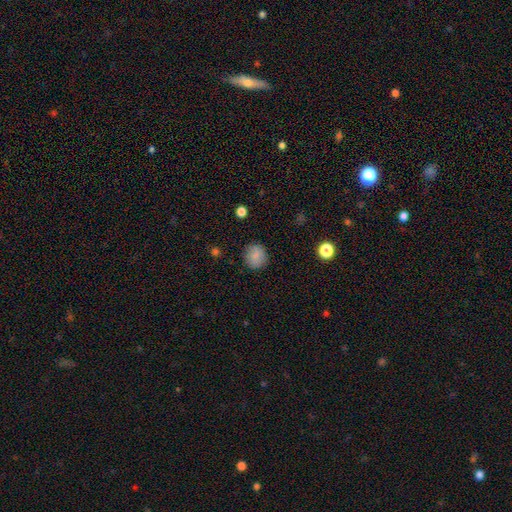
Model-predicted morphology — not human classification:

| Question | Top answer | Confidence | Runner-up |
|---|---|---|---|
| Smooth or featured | smooth | 84% | star or artifact (9%) |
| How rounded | round | 81% | in between (18%) |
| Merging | none | 85% | minor disturbance (11%) |